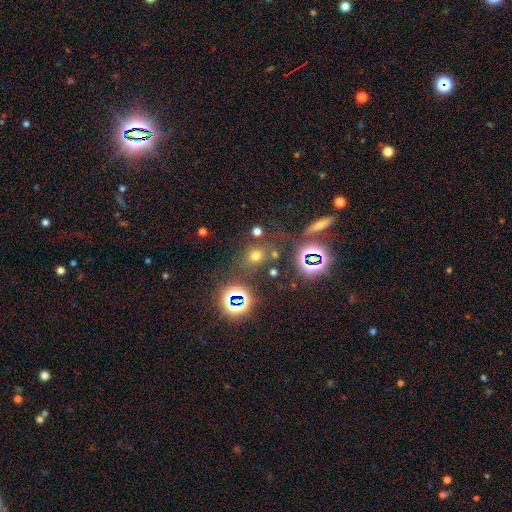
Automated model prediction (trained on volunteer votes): A smooth galaxy with no disk features (57%) that is round (75%).

Vote fractions:
- Smooth or featured? smooth: 57% / star or artifact: 33% / featured or disk: 10%
- How rounded? round: 75% / in between: 24% / cigar-shaped: 2%
- Merging? none: 72% / minor disturbance: 12% / merger: 10% / major disturbance: 7%